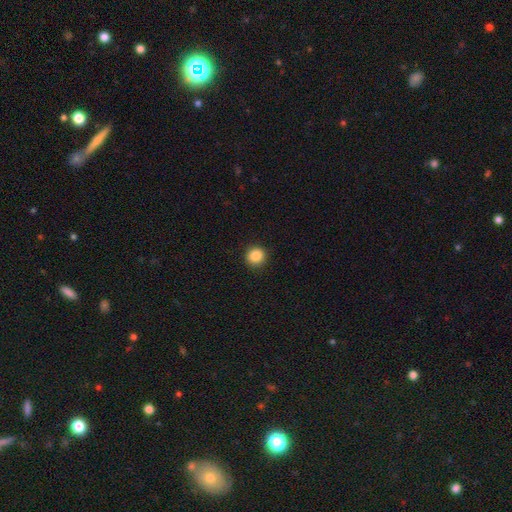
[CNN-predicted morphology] Smooth or featured? smooth (86%)
How rounded? round (94%)
Merging? none (92%)